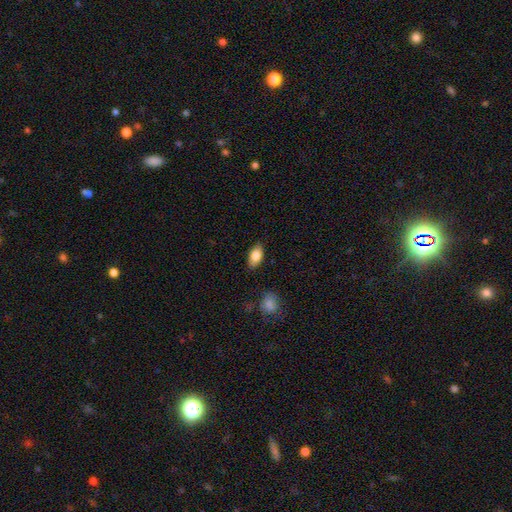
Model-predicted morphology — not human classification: Q: Smooth or featured?
A: smooth (83%); runner-up: featured or disk (11%)
Q: How rounded?
A: in between (91%); runner-up: cigar-shaped (5%)
Q: Merging?
A: none (84%); runner-up: minor disturbance (12%)